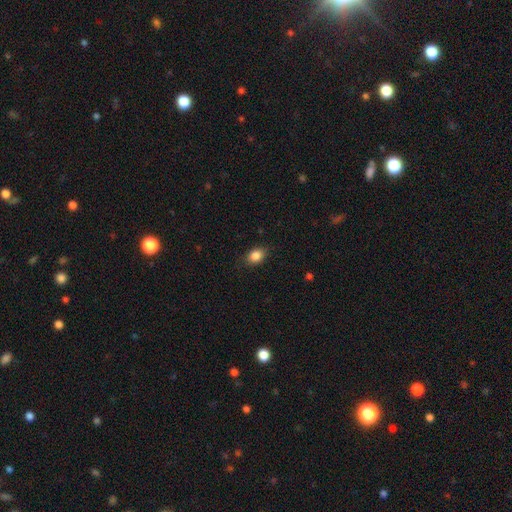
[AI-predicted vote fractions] Smooth or featured?
  - smooth: 85% *
  - star or artifact: 9%
  - featured or disk: 6%
How rounded?
  - in between: 73% *
  - round: 25%
  - cigar-shaped: 2%
Merging?
  - none: 83% *
  - minor disturbance: 13%
  - major disturbance: 3%
  - merger: 1%